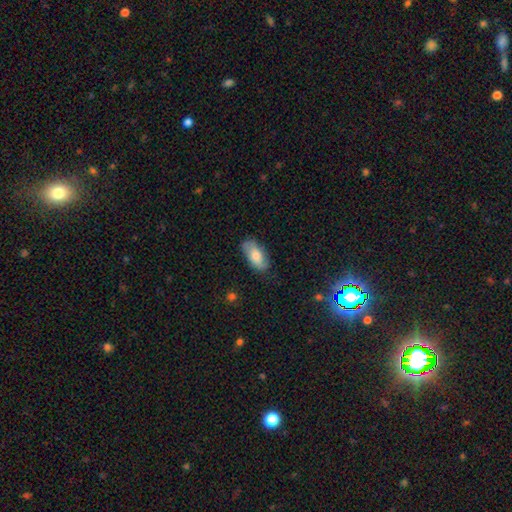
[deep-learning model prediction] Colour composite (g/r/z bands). It shows a smooth galaxy with no disk features (69%) that is in between round and cigar-shaped (91%). Merging: none (75%).